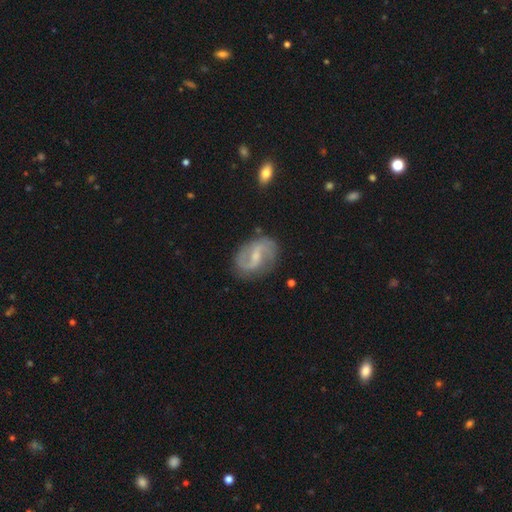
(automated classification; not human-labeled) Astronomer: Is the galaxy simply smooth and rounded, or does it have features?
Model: featured or disk — 83%.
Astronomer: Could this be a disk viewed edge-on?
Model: no — 98%.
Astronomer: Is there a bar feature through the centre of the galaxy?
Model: weak — 58%.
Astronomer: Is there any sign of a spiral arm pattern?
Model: yes — 95%.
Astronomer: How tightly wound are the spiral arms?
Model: medium — 46% (runner-up: loose, 39%).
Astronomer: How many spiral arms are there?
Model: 2 — 89%.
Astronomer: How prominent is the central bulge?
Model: small — 53% (runner-up: moderate, 36%).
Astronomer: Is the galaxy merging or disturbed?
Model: none — 76%.